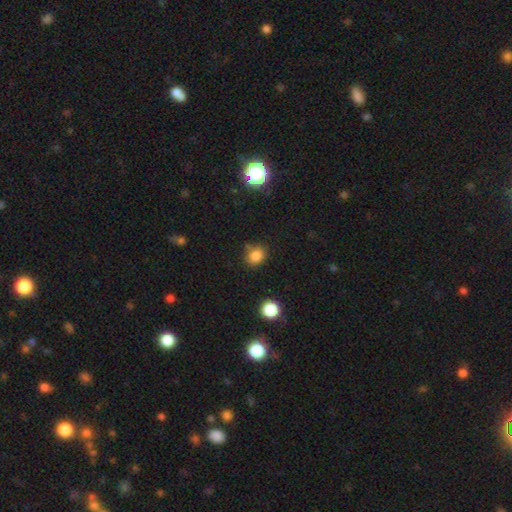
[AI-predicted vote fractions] Smooth or featured? Predicted: smooth (p=0.83). How rounded? Predicted: round (p=0.63). Merging? Predicted: none (p=0.76).